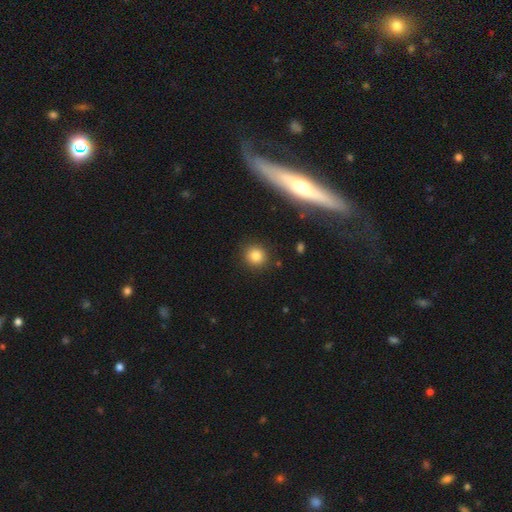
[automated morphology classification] Smooth or featured?
  - smooth: 81% *
  - star or artifact: 12%
  - featured or disk: 7%
How rounded?
  - round: 91% *
  - in between: 8%
  - cigar-shaped: 1%
Merging?
  - none: 89% *
  - minor disturbance: 7%
  - major disturbance: 2%
  - merger: 2%